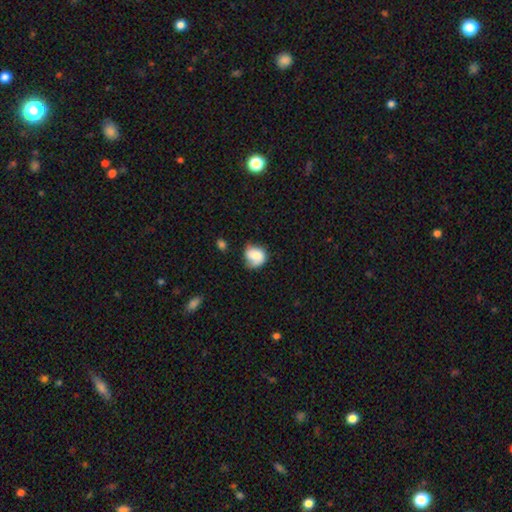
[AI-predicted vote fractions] Smooth or featured? Predicted: smooth (p=0.70). How rounded? Predicted: round (p=0.71). Merging? Predicted: none (p=0.50).